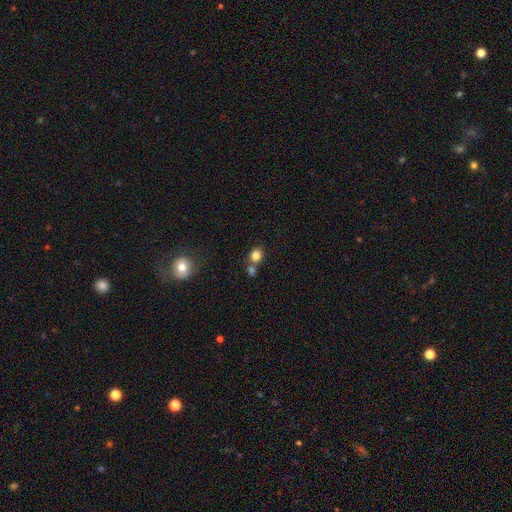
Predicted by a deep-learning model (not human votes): Smooth or featured? Predicted: smooth (p=0.81). How rounded? Predicted: round (p=0.76). Merging? Predicted: none (p=0.58).